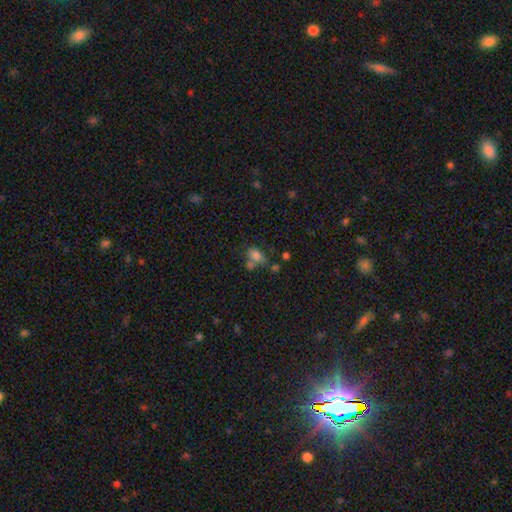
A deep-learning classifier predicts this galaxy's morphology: smooth 69%, star or artifact 20%, featured or disk 11%. Down the decision tree: how rounded — in between (74%); merging — none (44%).